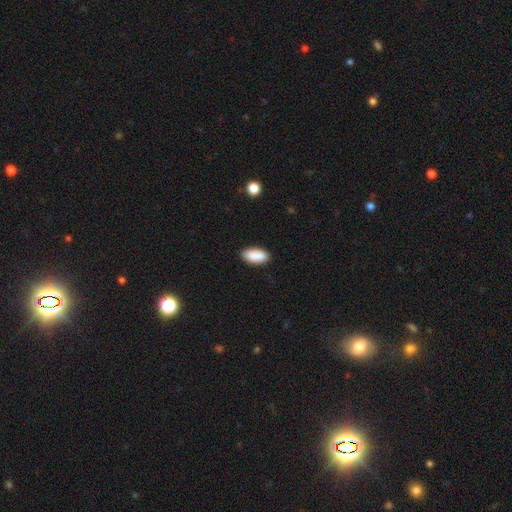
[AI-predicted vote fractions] Overall: smooth (90%). How rounded: in between (92%). Merging: none (87%).